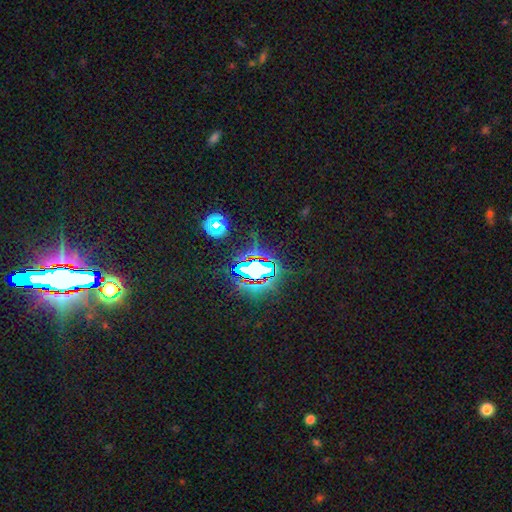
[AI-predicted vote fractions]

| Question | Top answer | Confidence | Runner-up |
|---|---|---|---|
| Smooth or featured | star or artifact | 79% | smooth (12%) |